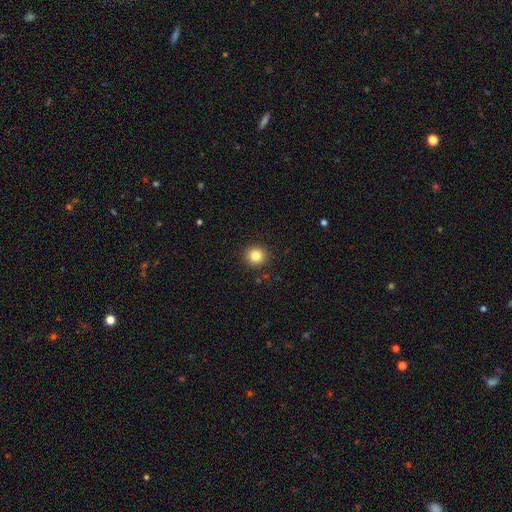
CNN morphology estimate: type=smooth (83%); roundness=round (92%); merging=none (92%).